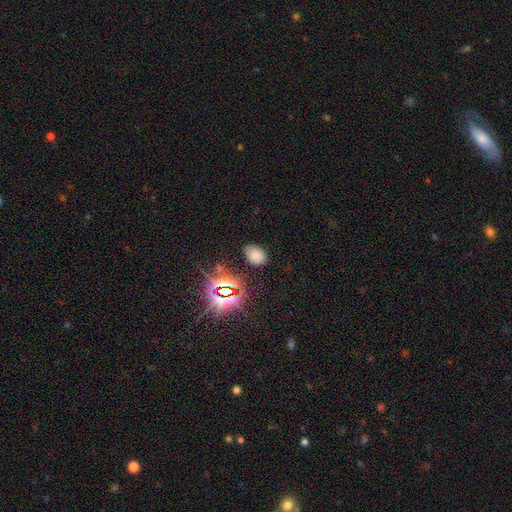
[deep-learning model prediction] The model was most divided on "smooth or featured": smooth: 68%, star or artifact: 24%, featured or disk: 8%. More confident: how rounded — in between (85%); merging — none (79%).